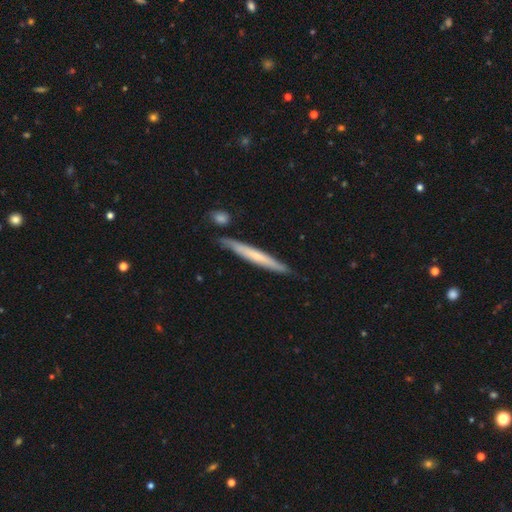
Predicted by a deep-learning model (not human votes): smooth_or_featured: smooth (p=0.49) [alt: featured or disk p=0.45]
merging: none (p=0.81) [alt: minor disturbance p=0.12]